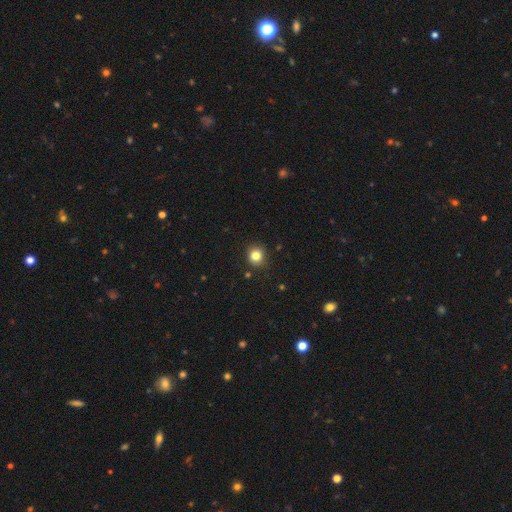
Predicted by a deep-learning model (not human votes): This appears to be a smooth galaxy with no disk features (83%) that is round (84%). Merging: none (87%).